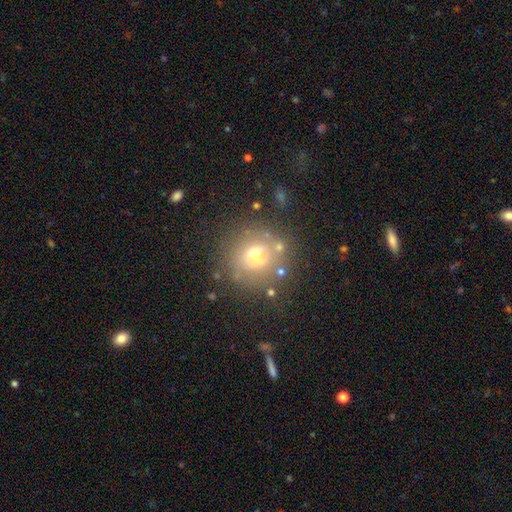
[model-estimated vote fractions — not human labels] This is possibly a smooth galaxy (59%). How rounded: clearly round (89%). Merging: likely none (72%).